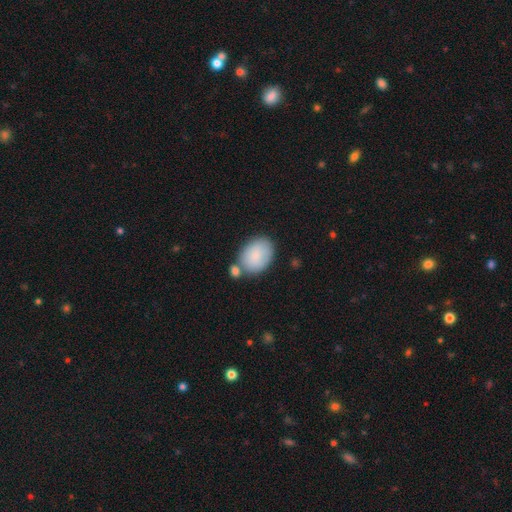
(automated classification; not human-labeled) This is clearly a smooth galaxy (84%). How rounded: likely in between (75%). Merging: possibly none (60%).